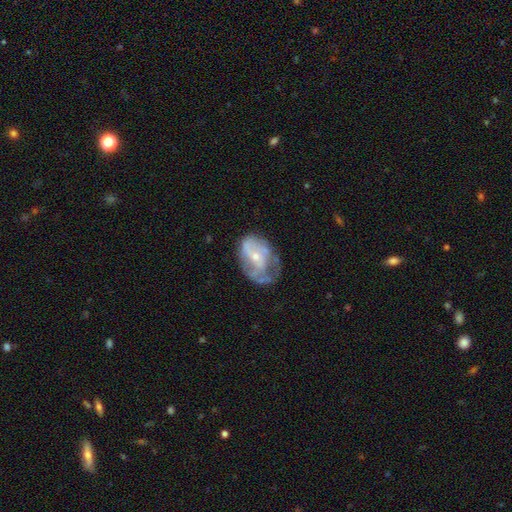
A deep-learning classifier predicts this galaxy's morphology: This appears to be a featured or disk galaxy (68%) with no bar (61%), spiral arms (58%) and a small central bulge (64%). Merging: none (38%).